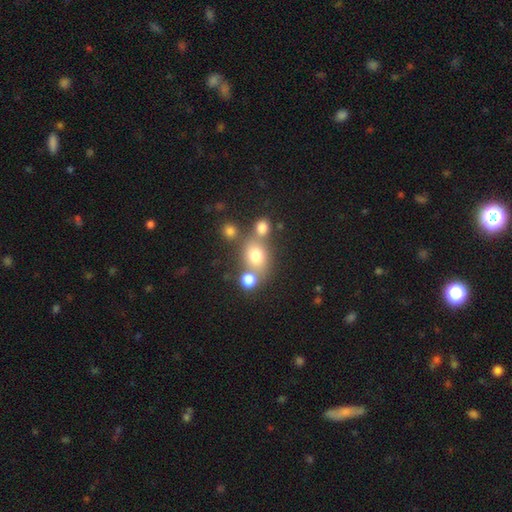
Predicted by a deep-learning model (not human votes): Morphology: type=smooth (73%); roundness=round (57%); merging=none (55%).